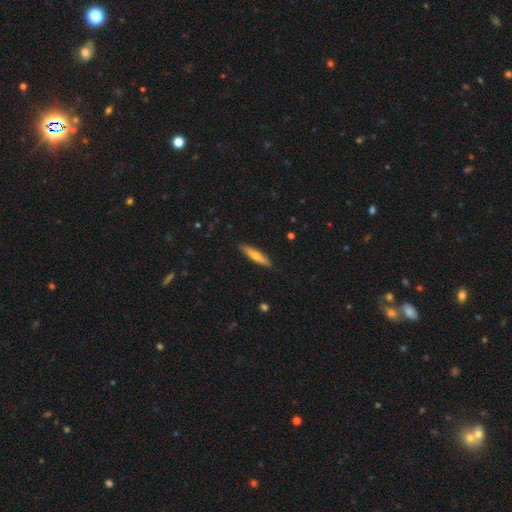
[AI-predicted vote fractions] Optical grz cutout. It shows a smooth galaxy with no disk features (49%). Merging: none (90%).